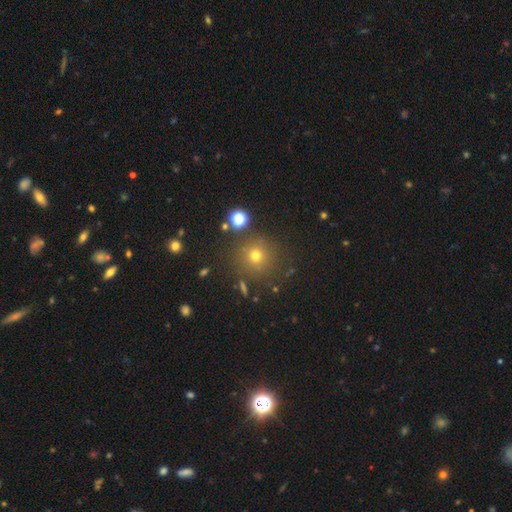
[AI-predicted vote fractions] The model was most divided on "smooth or featured": smooth: 68%, star or artifact: 22%, featured or disk: 10%. More confident: how rounded — round (94%); merging — none (84%).